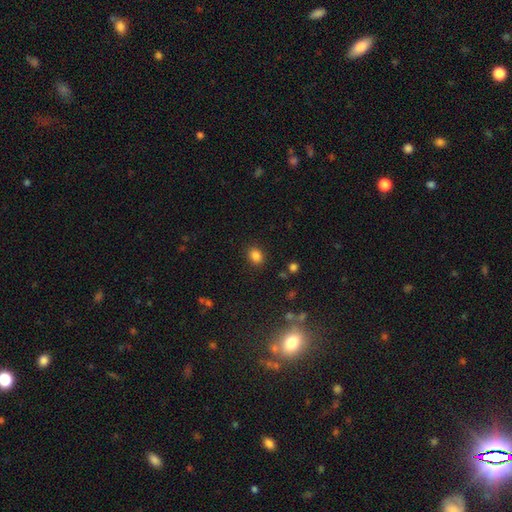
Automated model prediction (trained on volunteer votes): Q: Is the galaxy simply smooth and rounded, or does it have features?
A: smooth — 84%.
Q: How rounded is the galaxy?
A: in between — 56%.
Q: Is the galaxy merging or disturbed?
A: none — 87%.